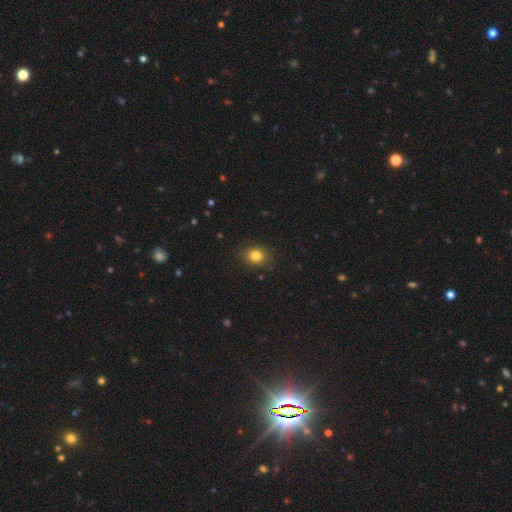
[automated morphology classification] Smooth or featured: smooth — 82% (star or artifact — 12%)
How rounded: round — 67% (in between — 32%)
Merging: none — 88% (minor disturbance — 9%)